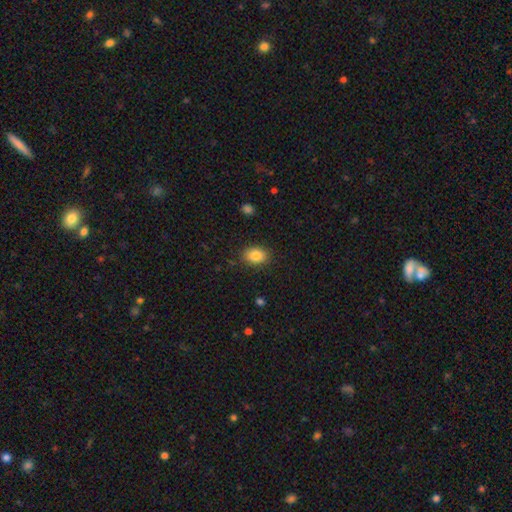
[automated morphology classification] Smooth or featured?
  - smooth: 85% *
  - star or artifact: 8%
  - featured or disk: 6%
How rounded?
  - in between: 74% *
  - round: 25%
  - cigar-shaped: 1%
Merging?
  - none: 87% *
  - minor disturbance: 10%
  - major disturbance: 3%
  - merger: 1%